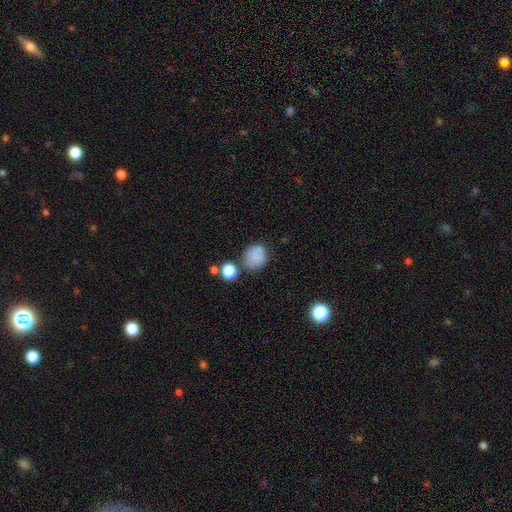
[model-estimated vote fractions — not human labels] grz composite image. It shows a smooth galaxy with no disk features (82%) that is round (70%). Merging: none (65%).